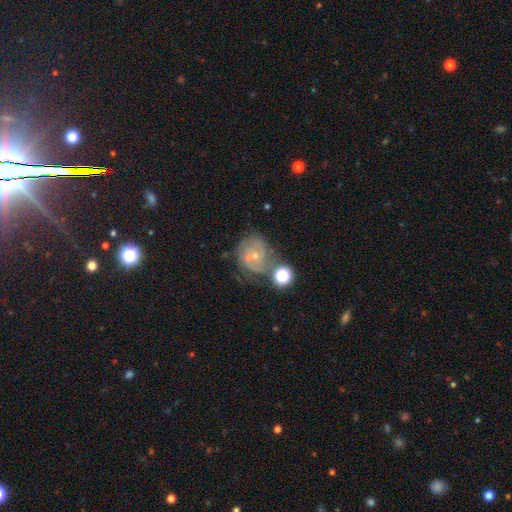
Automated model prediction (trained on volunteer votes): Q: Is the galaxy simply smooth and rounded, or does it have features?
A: featured or disk — 73%.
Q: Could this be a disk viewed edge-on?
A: no — 98%.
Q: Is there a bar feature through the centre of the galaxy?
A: no — 63%.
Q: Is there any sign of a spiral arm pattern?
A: yes — 92%.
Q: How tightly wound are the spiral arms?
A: tight — 52%.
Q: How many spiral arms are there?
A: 2 — 38%.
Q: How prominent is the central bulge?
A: small — 70%.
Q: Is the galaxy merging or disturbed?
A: none — 52%.